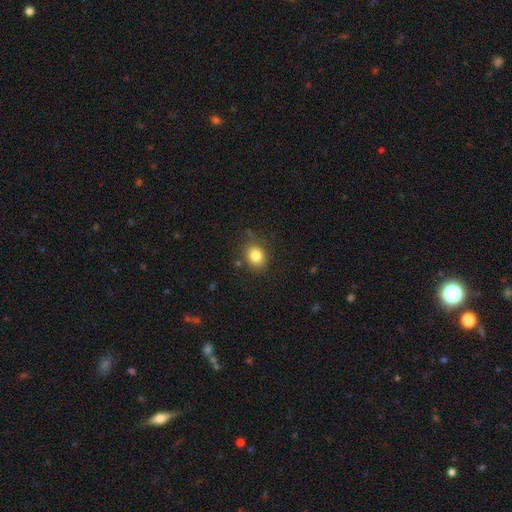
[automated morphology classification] Smooth or featured?
  - smooth: 82% *
  - star or artifact: 11%
  - featured or disk: 8%
How rounded?
  - round: 59% *
  - in between: 40%
  - cigar-shaped: 1%
Merging?
  - none: 79% *
  - minor disturbance: 14%
  - major disturbance: 4%
  - merger: 3%